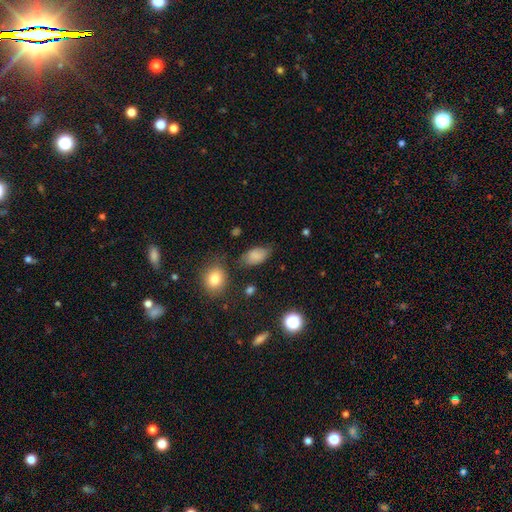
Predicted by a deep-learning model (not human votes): This is clearly a smooth galaxy (81%). How rounded: clearly in between (91%). Merging: likely none (67%).